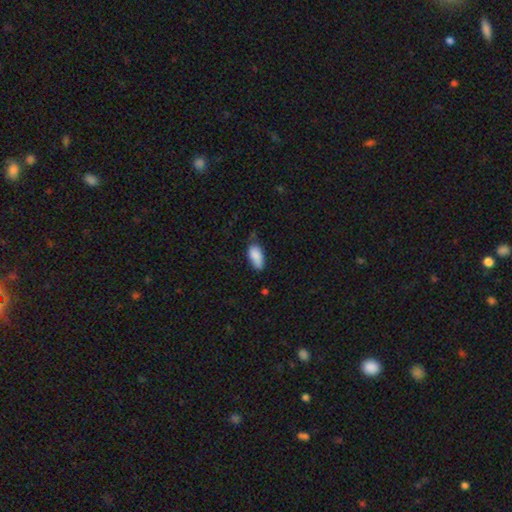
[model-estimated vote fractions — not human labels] smooth 87%, star or artifact 7%, featured or disk 6%. Down the decision tree: how rounded — in between (90%); merging — none (57%).